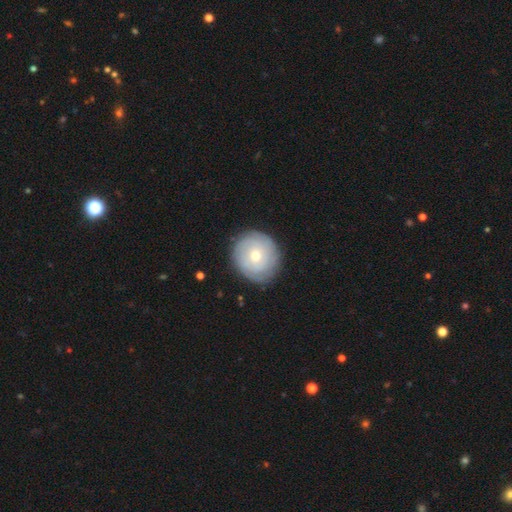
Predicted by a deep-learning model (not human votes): Smooth or featured: featured or disk — 56% (smooth — 36%)
Edge-on disk: no — 97% (yes — 3%)
Bar: no — 80% (weak — 17%)
Spiral arms: yes — 74% (no — 26%)
Bulge size: moderate — 52% (small — 45%)
Merging: none — 84% (minor disturbance — 12%)